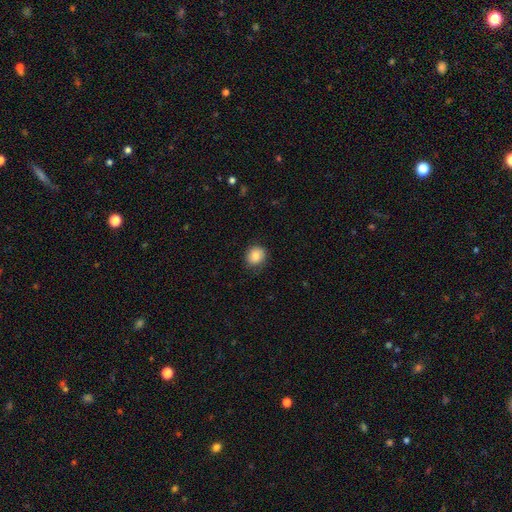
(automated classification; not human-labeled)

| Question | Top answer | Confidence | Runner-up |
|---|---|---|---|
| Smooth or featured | smooth | 83% | featured or disk (9%) |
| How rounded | round | 76% | in between (23%) |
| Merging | none | 79% | minor disturbance (16%) |